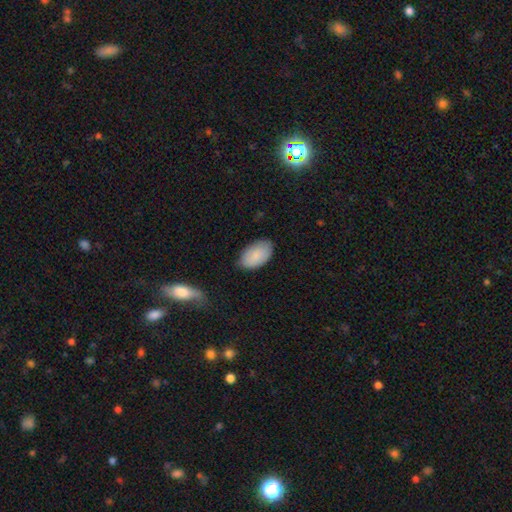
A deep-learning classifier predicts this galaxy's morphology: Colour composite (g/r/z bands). It shows a smooth galaxy with no disk features (87%) that is in between round and cigar-shaped (95%). Merging: none (81%).